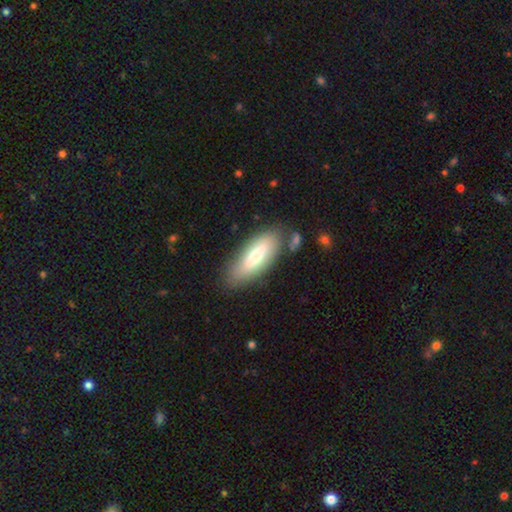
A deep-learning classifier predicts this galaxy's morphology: smooth_or_featured: smooth (p=0.66) [alt: featured or disk p=0.28]
how_rounded: in between (p=0.63) [alt: cigar-shaped p=0.35]
merging: none (p=0.76) [alt: minor disturbance p=0.15]